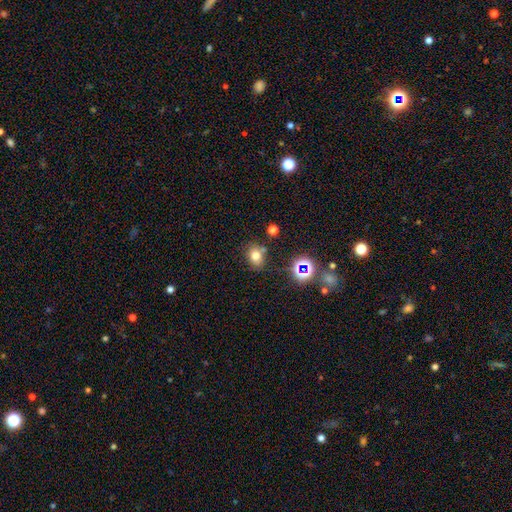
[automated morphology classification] Smooth or featured? smooth (71%)
How rounded? in between (52%)
Merging? none (72%)